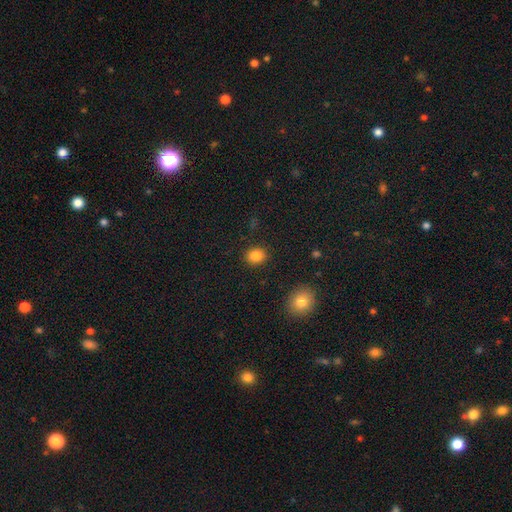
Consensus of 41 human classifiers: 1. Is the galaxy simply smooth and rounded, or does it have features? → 88% smooth, 10% star or artifact, 2% featured or disk.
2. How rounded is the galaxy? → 69% round, 31% in between, 0% cigar-shaped.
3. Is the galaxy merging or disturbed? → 95% none, 3% minor disturbance, 3% major disturbance, 0% merger.